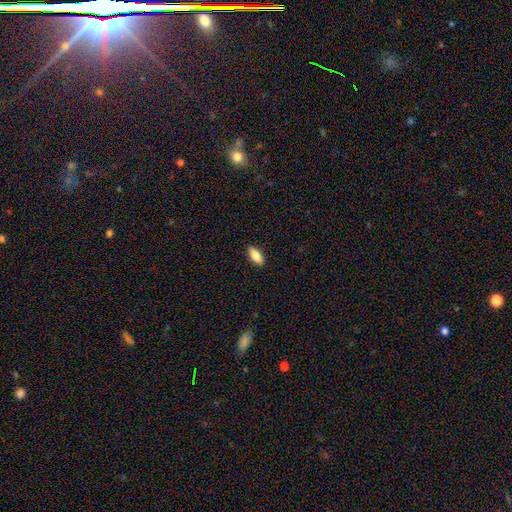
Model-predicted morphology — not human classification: smooth 78%, featured or disk 15%, star or artifact 7%. Down the decision tree: how rounded — in between (81%); merging — none (90%).